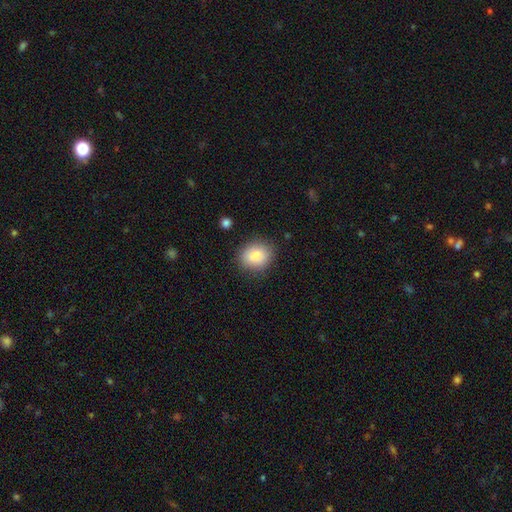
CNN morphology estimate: Overall: smooth (85%). How rounded: round (61%; in between 38%). Merging: none (84%).